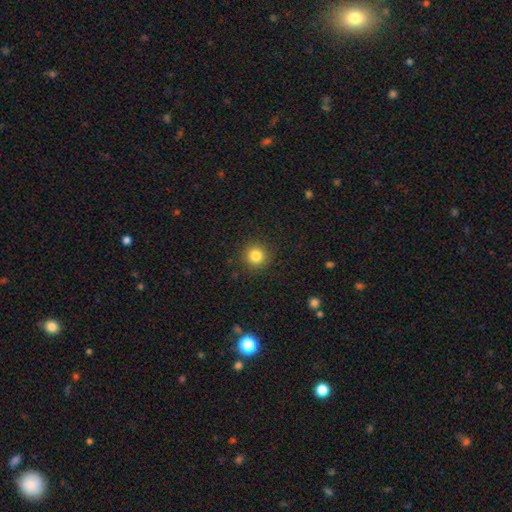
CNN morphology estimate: Smooth or featured?
  - smooth: 83% *
  - star or artifact: 12%
  - featured or disk: 5%
How rounded?
  - round: 95% *
  - in between: 4%
  - cigar-shaped: 1%
Merging?
  - none: 91% *
  - minor disturbance: 6%
  - major disturbance: 2%
  - merger: 1%